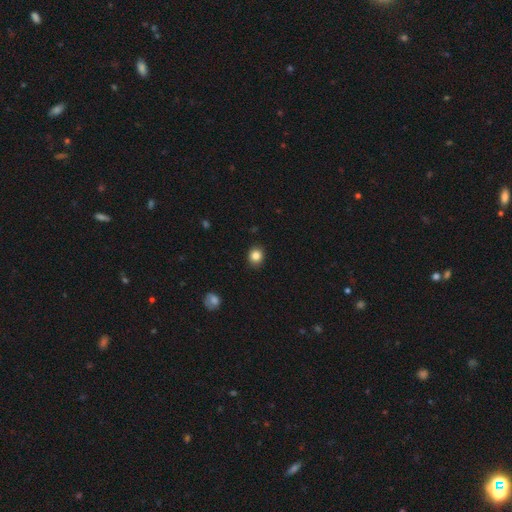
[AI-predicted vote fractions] smooth 85%, star or artifact 10%, featured or disk 5%. Down the decision tree: how rounded — round (73%); merging — none (89%).